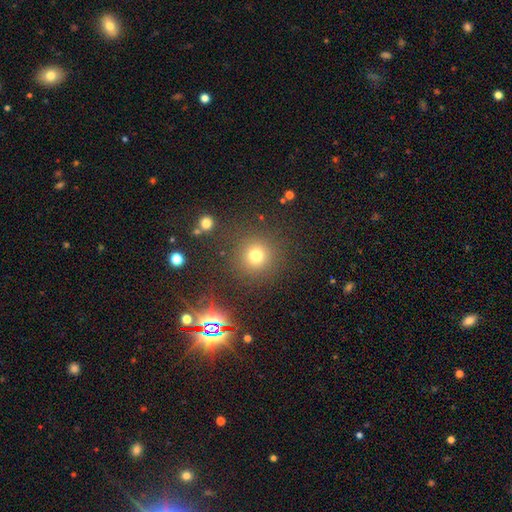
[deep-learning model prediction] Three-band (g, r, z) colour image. It shows a smooth galaxy with no disk features (72%) that is round (94%). Merging: none (85%).